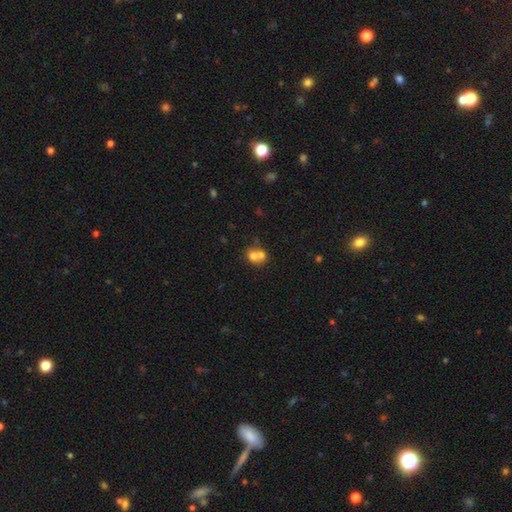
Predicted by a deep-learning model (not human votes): The model was most divided on "how rounded": round: 66%, in between: 33%, cigar-shaped: 1%. More confident: smooth or featured — smooth (69%); merging — merger (66%).